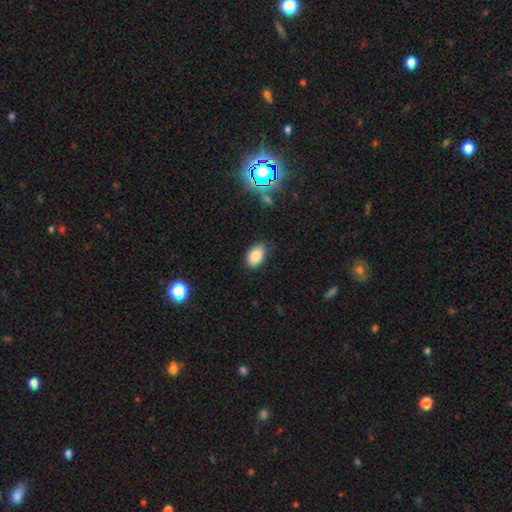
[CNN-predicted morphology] smooth_or_featured: smooth (p=0.83) [alt: star or artifact p=0.09]
how_rounded: in between (p=0.87) [alt: round p=0.12]
merging: none (p=0.72) [alt: minor disturbance p=0.23]